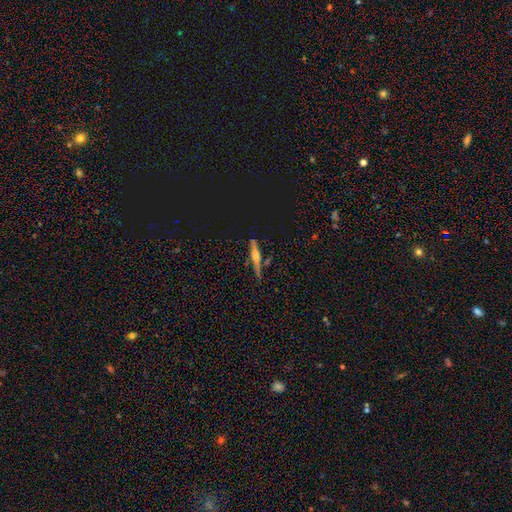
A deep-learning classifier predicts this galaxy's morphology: smooth-or-featured: featured or disk: 43% | smooth: 39% | star or artifact: 18%
  merging: none: 79% | minor disturbance: 14% | merger: 4% | major disturbance: 4%